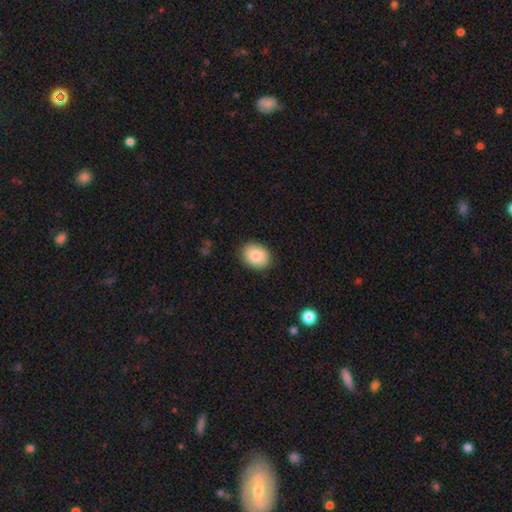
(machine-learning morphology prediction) smooth_or_featured: smooth (p=0.85) [alt: featured or disk p=0.07]
how_rounded: in between (p=0.56) [alt: round p=0.43]
merging: none (p=0.87) [alt: minor disturbance p=0.10]